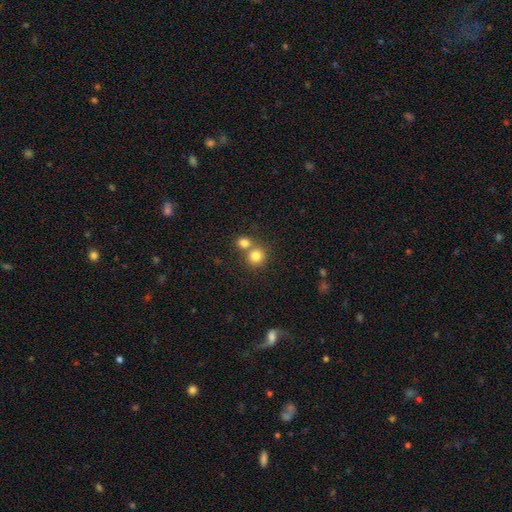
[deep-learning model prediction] This is clearly a smooth galaxy (81%). How rounded: clearly round (87%). Merging: possibly none (50%).